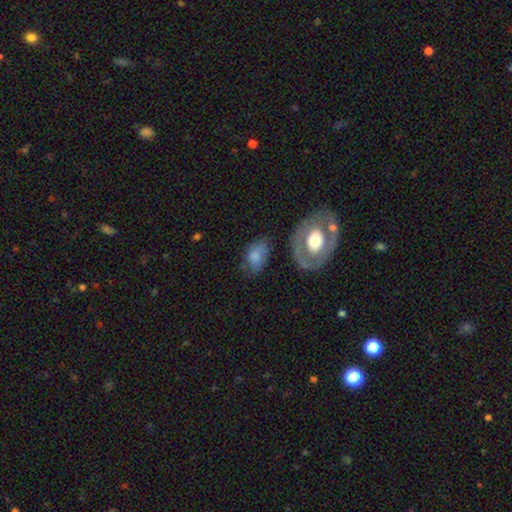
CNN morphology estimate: Smooth or featured: smooth — 64% (featured or disk — 27%)
How rounded: in between — 85% (round — 13%)
Merging: none — 54% (minor disturbance — 26%)